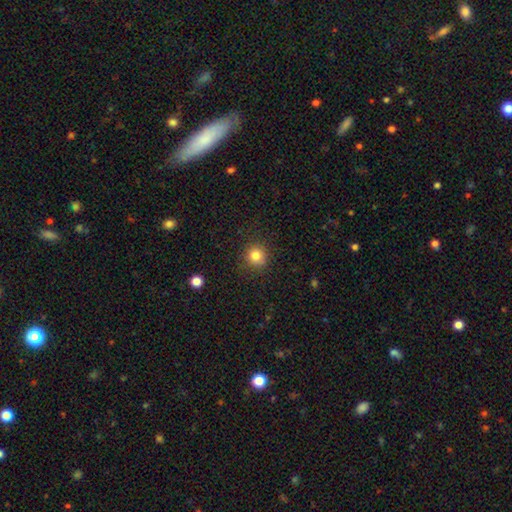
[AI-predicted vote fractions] smooth_or_featured: smooth (p=0.83) [alt: star or artifact p=0.12]
how_rounded: round (p=0.93) [alt: in between p=0.07]
merging: none (p=0.87) [alt: minor disturbance p=0.08]